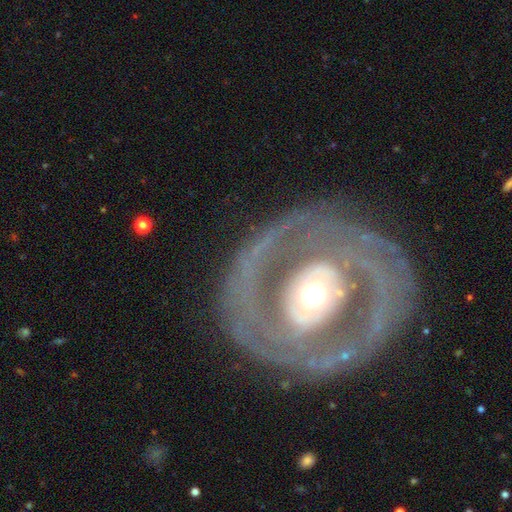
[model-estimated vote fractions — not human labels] Morphology: type=featured or disk (82%); edge-on=no (96%); bar=no (55%); spiral arms=yes (73%); winding=tight (61%); arm count=2 (51%); bulge=moderate (62%); merging=none (77%).